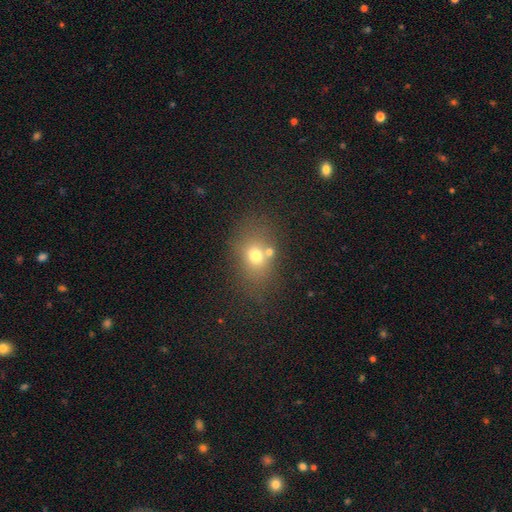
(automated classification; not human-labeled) Q: Smooth or featured?
A: smooth (67%); runner-up: featured or disk (17%)
Q: How rounded?
A: in between (57%); runner-up: round (42%)
Q: Merging?
A: none (59%); runner-up: merger (20%)